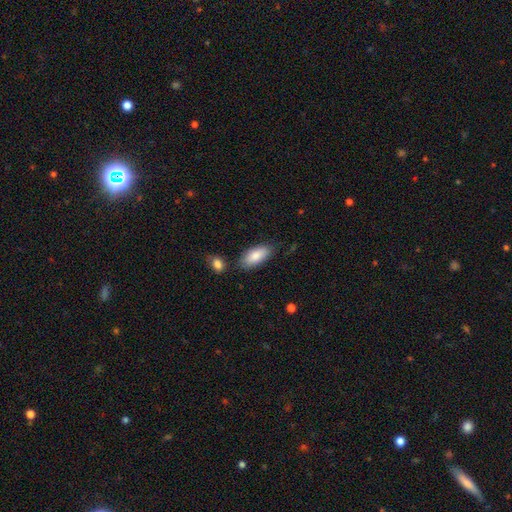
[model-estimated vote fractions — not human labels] Smooth or featured?
  - smooth: 85% *
  - featured or disk: 9%
  - star or artifact: 6%
How rounded?
  - in between: 88% *
  - cigar-shaped: 10%
  - round: 2%
Merging?
  - none: 77% *
  - minor disturbance: 14%
  - merger: 6%
  - major disturbance: 3%